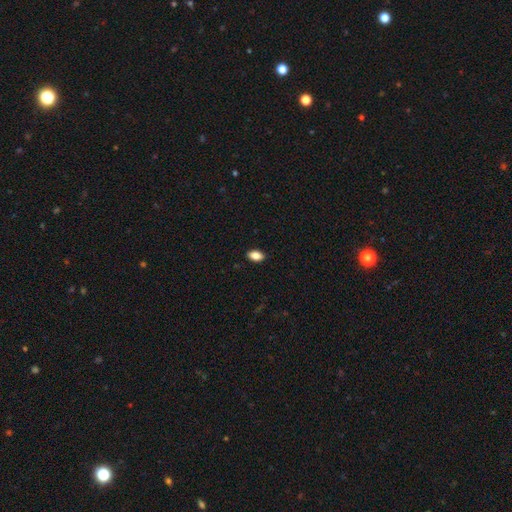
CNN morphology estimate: This appears to be a smooth galaxy with no disk features (87%) that is in between round and cigar-shaped (90%). Merging: none (89%).